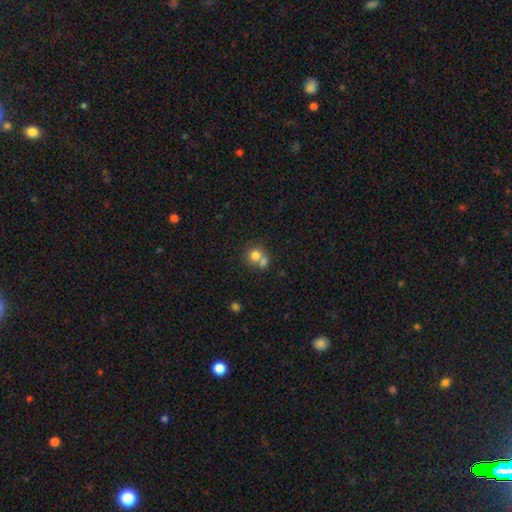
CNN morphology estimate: Smooth or featured?
  - smooth: 76% *
  - featured or disk: 13%
  - star or artifact: 11%
How rounded?
  - round: 84% *
  - in between: 15%
  - cigar-shaped: 1%
Merging?
  - merger: 49% *
  - none: 41%
  - minor disturbance: 7%
  - major disturbance: 3%